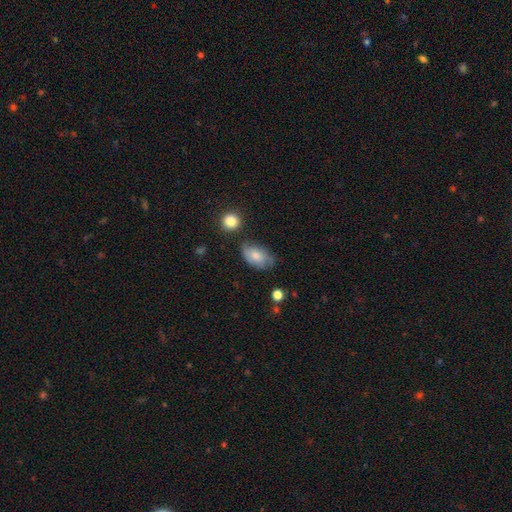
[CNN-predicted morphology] This is likely a smooth galaxy (72%). How rounded: clearly in between (90%). Merging: possibly none (57%).